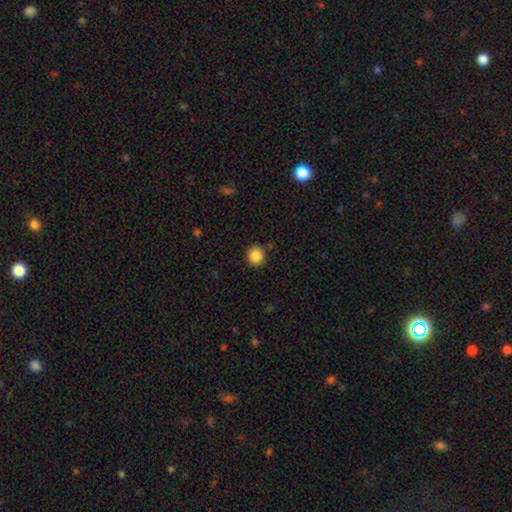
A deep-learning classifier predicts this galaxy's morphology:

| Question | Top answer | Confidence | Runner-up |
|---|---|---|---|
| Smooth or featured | smooth | 87% | star or artifact (9%) |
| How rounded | round | 91% | in between (8%) |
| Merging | none | 90% | minor disturbance (6%) |